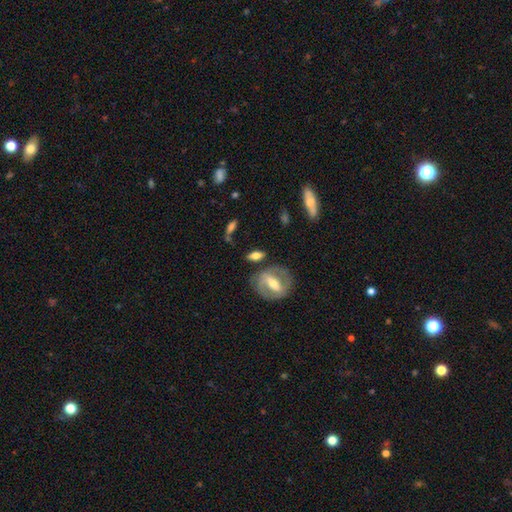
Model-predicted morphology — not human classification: Smooth or featured: smooth — 54% (featured or disk — 38%)
How rounded: in between — 64% (cigar-shaped — 19%)
Merging: none — 70% (minor disturbance — 15%)